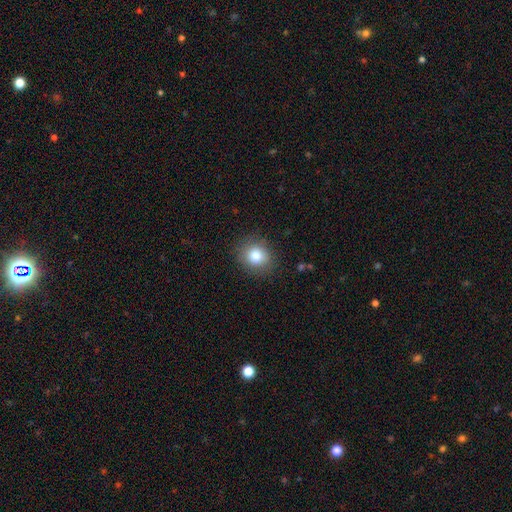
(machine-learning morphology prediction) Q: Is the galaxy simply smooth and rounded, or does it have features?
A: smooth — 81%.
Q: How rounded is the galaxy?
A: round — 75%.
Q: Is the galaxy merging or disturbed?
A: none — 86%.